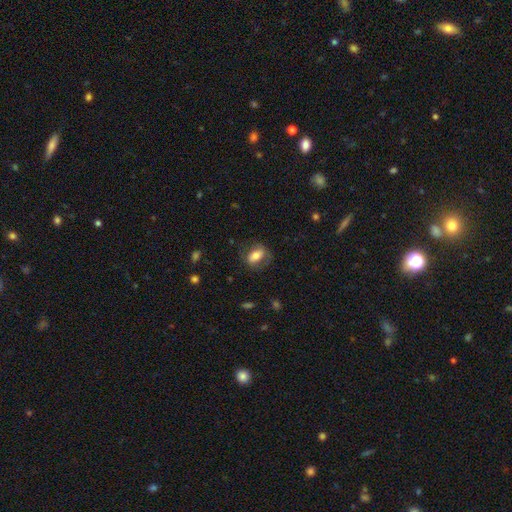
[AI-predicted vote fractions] Smooth or featured? Predicted: smooth (p=0.68). How rounded? Predicted: in between (p=0.83). Merging? Predicted: none (p=0.70).